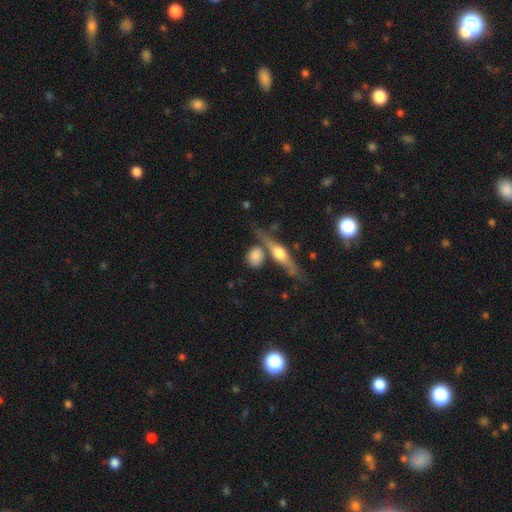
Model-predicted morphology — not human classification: Smooth or featured? smooth (66%)
How rounded? round (63%)
Merging? none (65%)